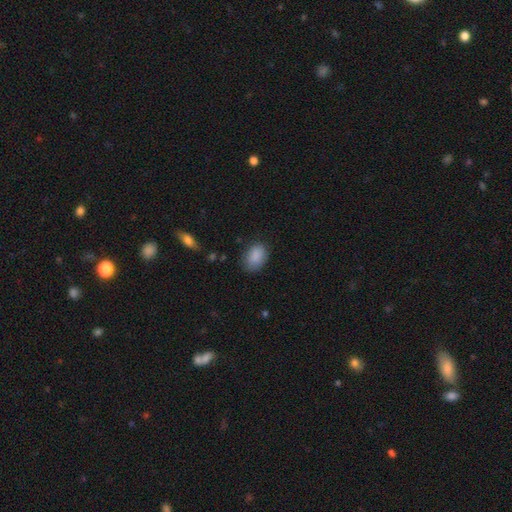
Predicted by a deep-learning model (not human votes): A smooth galaxy with no disk features (87%) that is in between round and cigar-shaped (84%). Merging: none (73%).